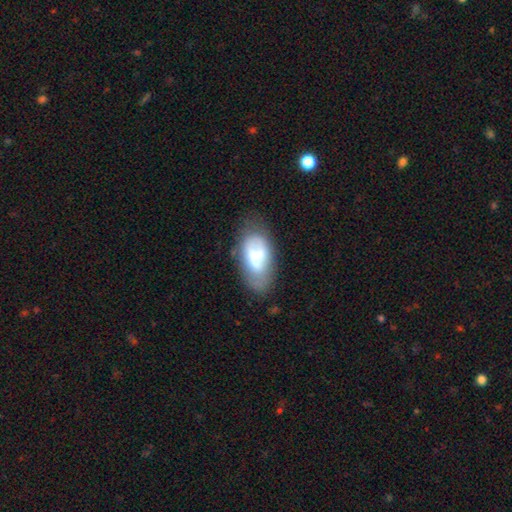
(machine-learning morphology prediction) Smooth or featured: smooth — 53% (featured or disk — 39%)
How rounded: in between — 92% (round — 5%)
Merging: none — 54% (minor disturbance — 28%)